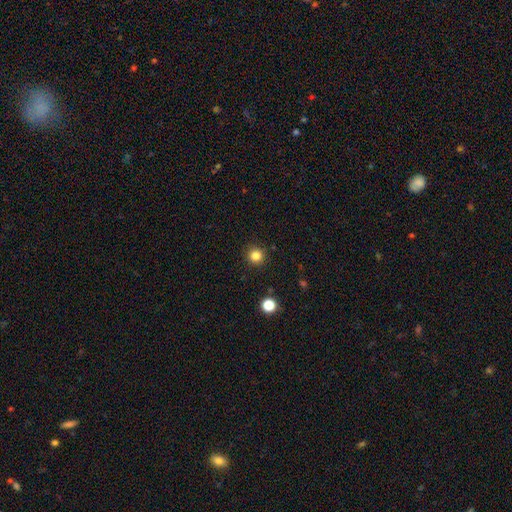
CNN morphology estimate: This appears to be a smooth galaxy with no disk features (83%) that is round (95%). Merging: none (91%).